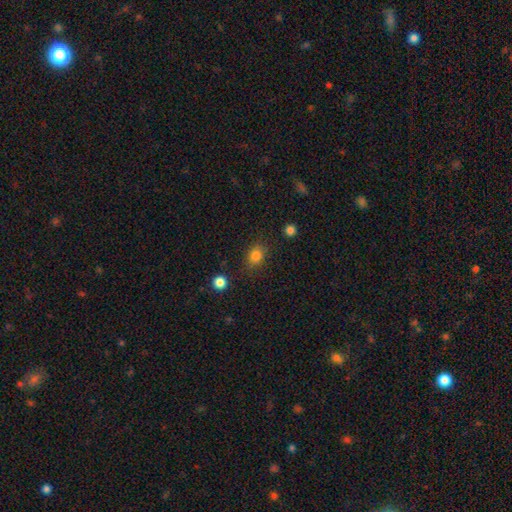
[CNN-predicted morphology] The model was most divided on "how rounded": round: 51%, in between: 47%, cigar-shaped: 1%. More confident: smooth or featured — smooth (82%); merging — none (79%).